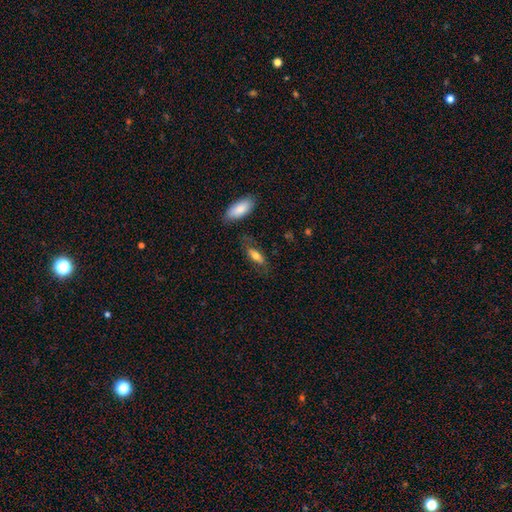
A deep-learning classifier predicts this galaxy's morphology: Smooth or featured? smooth (69%)
How rounded? in between (70%)
Merging? none (69%)